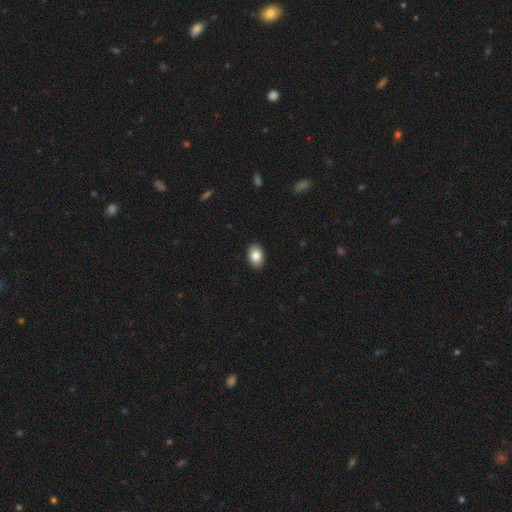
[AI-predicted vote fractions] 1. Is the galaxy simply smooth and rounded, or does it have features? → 84% smooth, 8% featured or disk, 8% star or artifact.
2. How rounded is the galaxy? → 87% in between, 11% round, 1% cigar-shaped.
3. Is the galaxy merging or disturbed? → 91% none, 7% minor disturbance, 2% major disturbance, 1% merger.